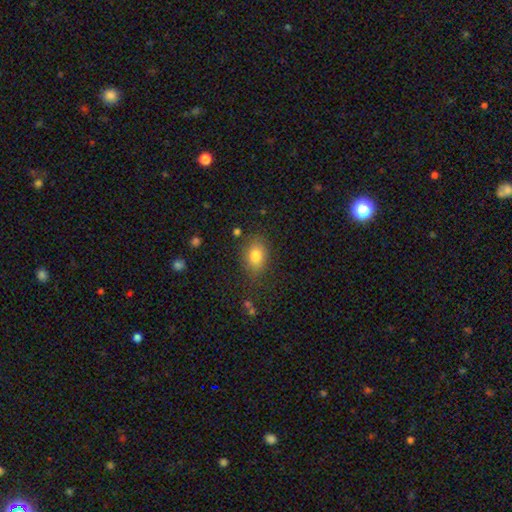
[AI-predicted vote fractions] Overall: smooth (80%). How rounded: in between (74%). Merging: none (79%).